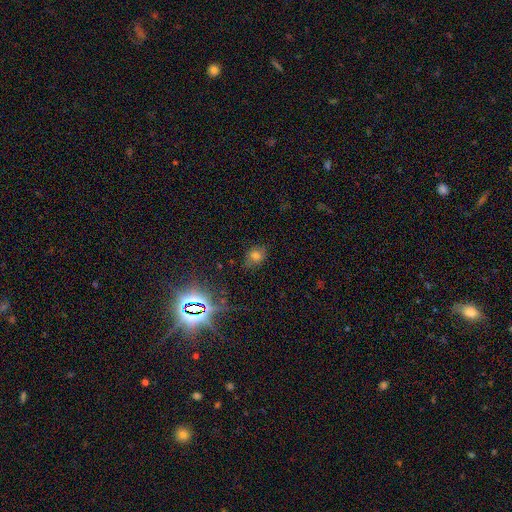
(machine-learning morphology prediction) type=smooth (64%); roundness=round (50%); merging=none (75%).